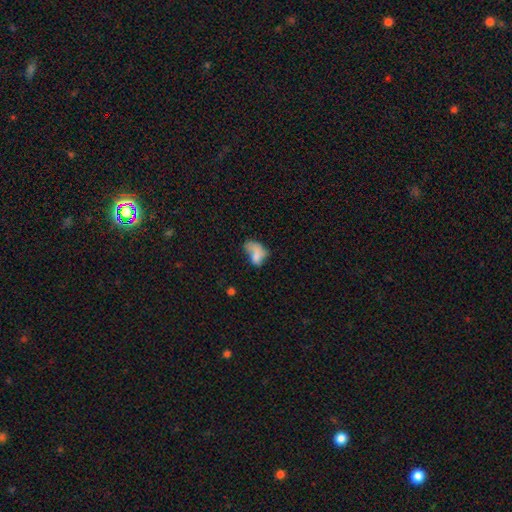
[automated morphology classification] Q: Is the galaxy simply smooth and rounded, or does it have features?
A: smooth — 65%.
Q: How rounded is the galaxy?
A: in between — 87%.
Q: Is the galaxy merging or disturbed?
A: major disturbance — 37%.